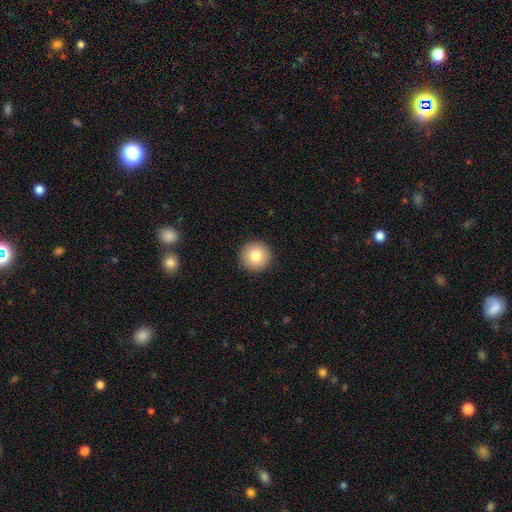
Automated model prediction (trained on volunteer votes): Smooth or featured? Predicted: smooth (p=0.81). How rounded? Predicted: round (p=0.96). Merging? Predicted: none (p=0.93).